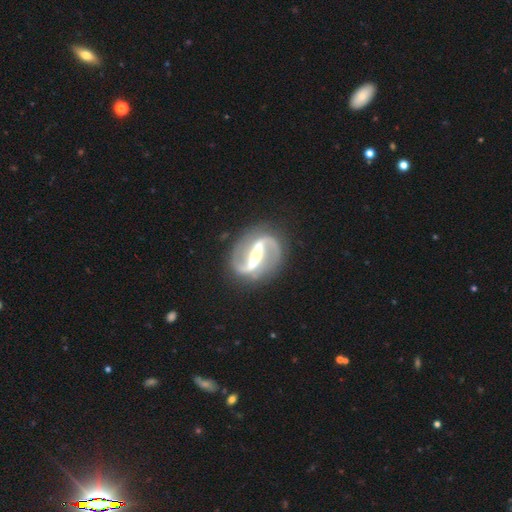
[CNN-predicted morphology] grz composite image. It shows a featured or disk galaxy (90%) with a strong bar (75%), 2 (94%) medium (47%) spiral arms (95%) and a moderate central bulge (45%). Merging: none (82%).